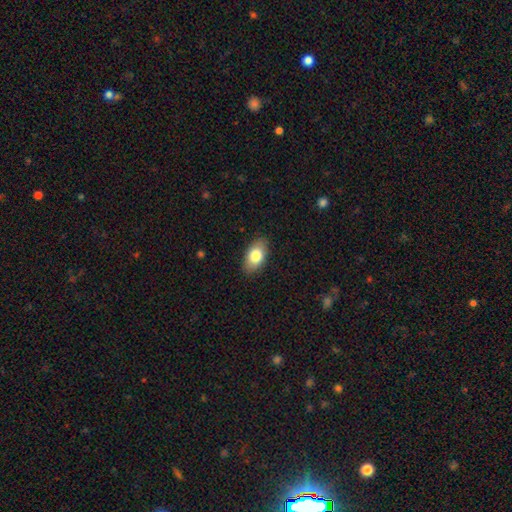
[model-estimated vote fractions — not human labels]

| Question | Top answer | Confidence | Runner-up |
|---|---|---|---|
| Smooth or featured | smooth | 81% | featured or disk (12%) |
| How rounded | in between | 92% | round (6%) |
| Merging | none | 86% | minor disturbance (10%) |